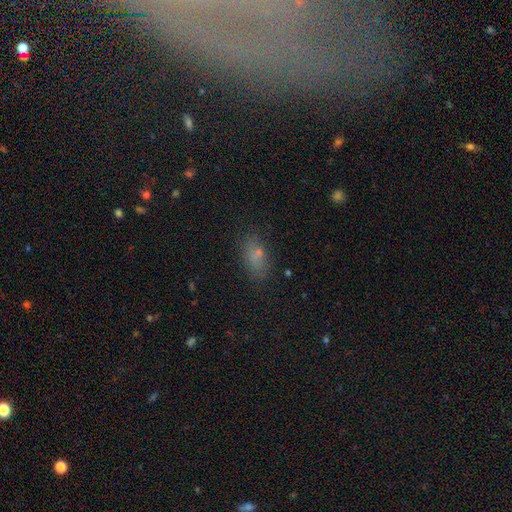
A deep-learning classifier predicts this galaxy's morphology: Smooth or featured? smooth (75%)
How rounded? in between (85%)
Merging? none (75%)